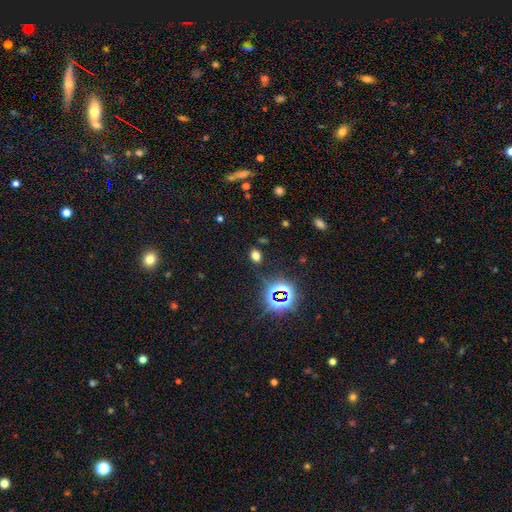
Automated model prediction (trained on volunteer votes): A smooth galaxy with no disk features (60%) that is in between round and cigar-shaped (73%). Merging: none (83%).